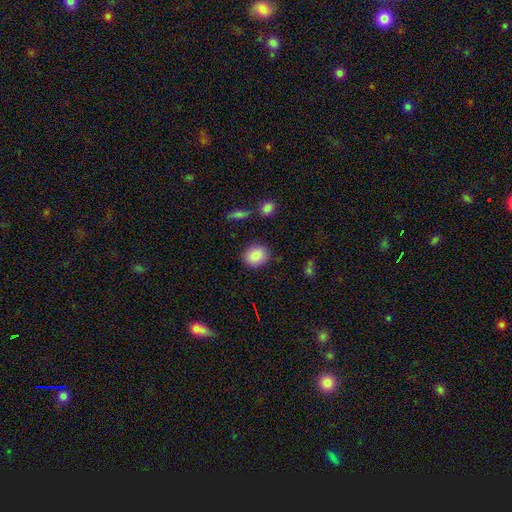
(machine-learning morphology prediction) A smooth galaxy with no disk features (87%) that is round (55%).

Vote fractions:
- Smooth or featured? smooth: 87% / star or artifact: 8% / featured or disk: 5%
- How rounded? round: 55% / in between: 44% / cigar-shaped: 1%
- Merging? none: 86% / minor disturbance: 9% / major disturbance: 3% / merger: 2%